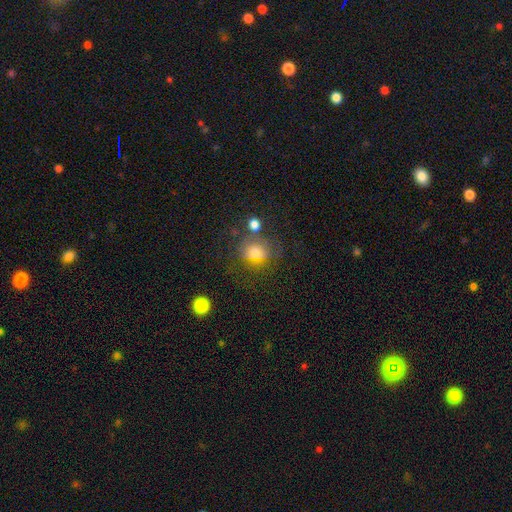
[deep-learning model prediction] smooth 65%, featured or disk 19%, star or artifact 16%. Down the decision tree: how rounded — round (66%); merging — none (60%).